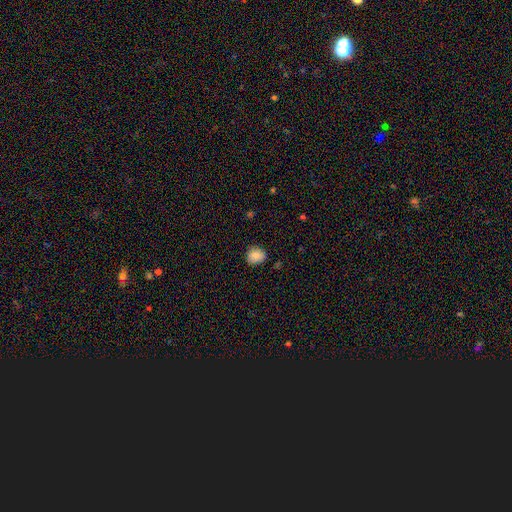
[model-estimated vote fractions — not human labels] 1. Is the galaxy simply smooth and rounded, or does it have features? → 85% smooth, 9% star or artifact, 7% featured or disk.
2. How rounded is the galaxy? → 69% round, 31% in between, 1% cigar-shaped.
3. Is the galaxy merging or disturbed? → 79% none, 17% minor disturbance, 3% major disturbance, 1% merger.